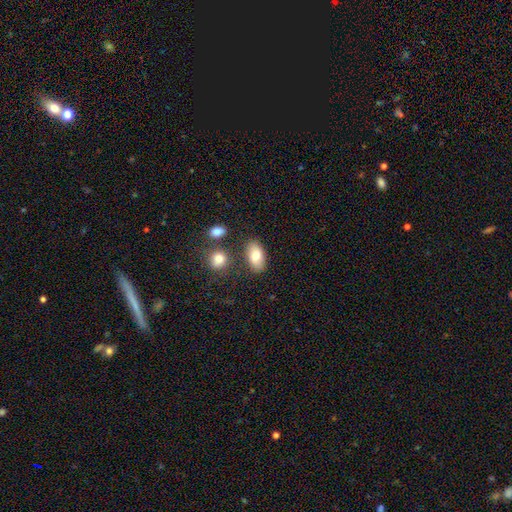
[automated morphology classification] This is likely a smooth galaxy (79%). How rounded: clearly in between (92%). Merging: likely none (79%).